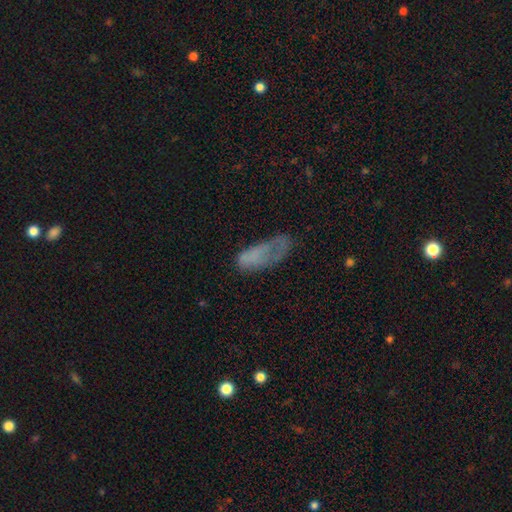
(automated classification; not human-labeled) Morphology: type=smooth (61%); roundness=in between (76%); merging=major disturbance (35%).